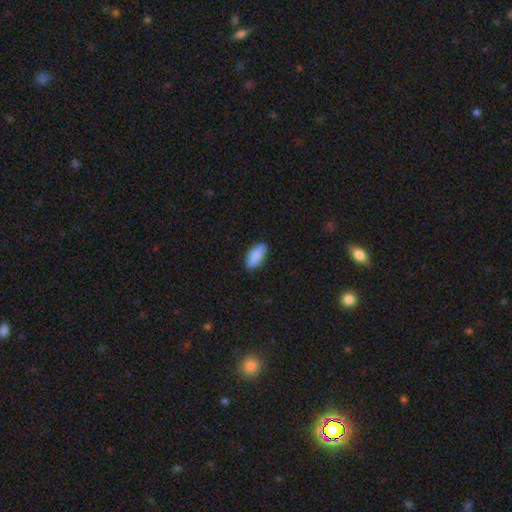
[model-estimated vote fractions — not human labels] This appears to be a smooth galaxy with no disk features (87%) that is in between round and cigar-shaped (82%). Merging: none (85%).